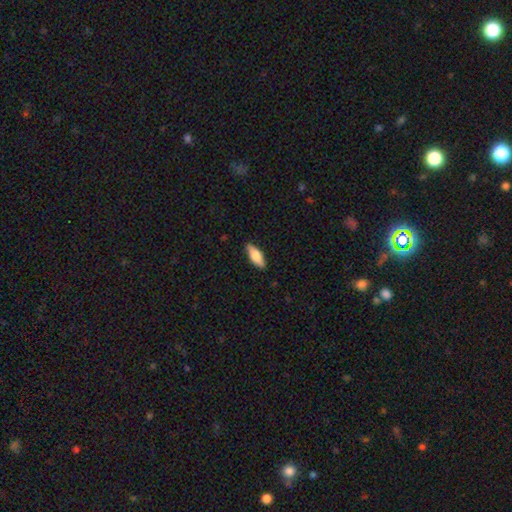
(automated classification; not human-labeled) The model was most divided on "how rounded": in between: 68%, cigar-shaped: 30%, round: 2%. More confident: merging — none (89%); smooth or featured — smooth (74%).